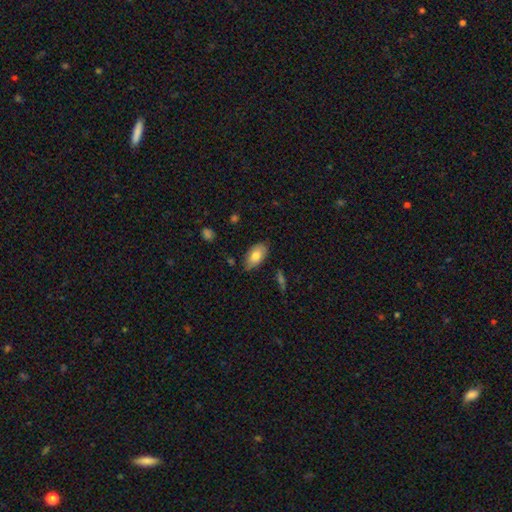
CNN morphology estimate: Overall: smooth (79%). How rounded: in between (94%). Merging: none (78%).